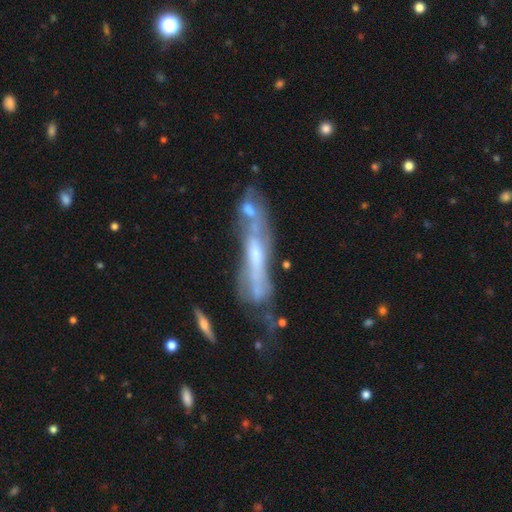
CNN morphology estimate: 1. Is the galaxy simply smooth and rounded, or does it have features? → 67% featured or disk, 23% smooth, 10% star or artifact.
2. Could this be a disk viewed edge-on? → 52% yes, 48% no.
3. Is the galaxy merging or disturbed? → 36% none, 26% merger, 20% minor disturbance, 18% major disturbance.